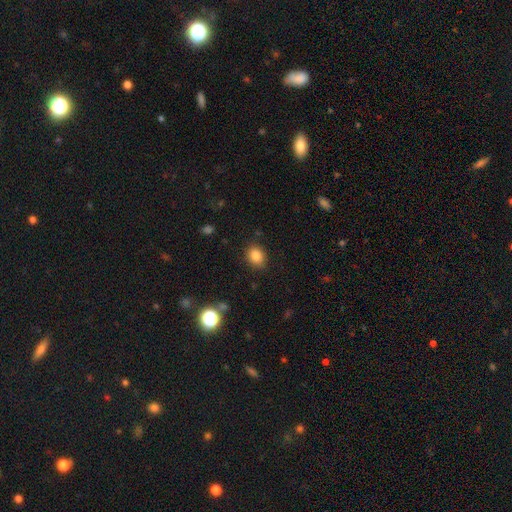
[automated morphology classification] This appears to be a smooth galaxy with no disk features (84%) that is in between round and cigar-shaped (51%). Merging: none (85%).